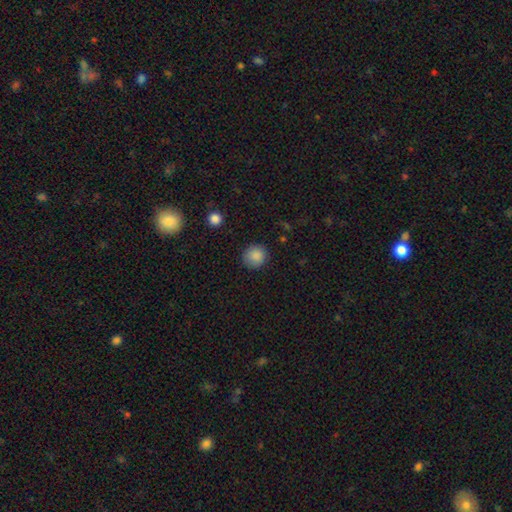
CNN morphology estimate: Overall: smooth (87%). How rounded: round (92%). Merging: none (88%).